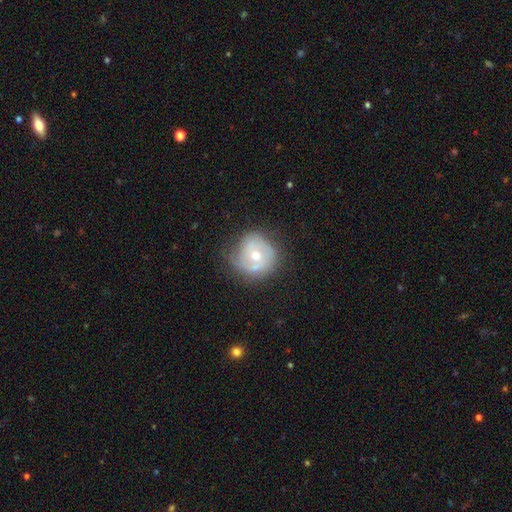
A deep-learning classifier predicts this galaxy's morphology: Smooth or featured? featured or disk (57%)
Edge-on disk? no (97%)
Bar? no (77%)
Spiral arms? yes (64%)
Bulge size? moderate (59%)
Merging? none (61%)